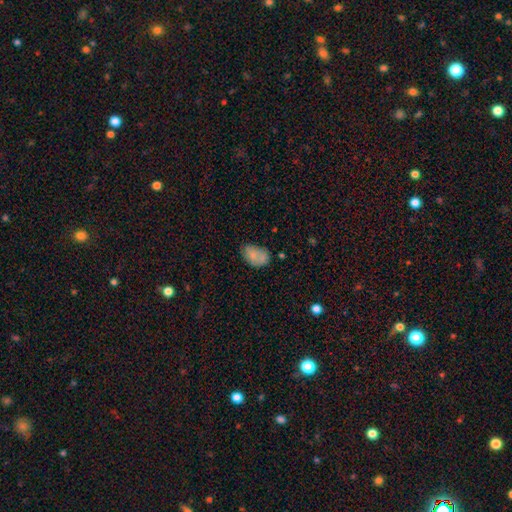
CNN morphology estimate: Smooth or featured?
  - smooth: 77% *
  - featured or disk: 15%
  - star or artifact: 9%
How rounded?
  - in between: 85% *
  - round: 14%
  - cigar-shaped: 1%
Merging?
  - none: 49% *
  - minor disturbance: 33%
  - major disturbance: 11%
  - merger: 7%